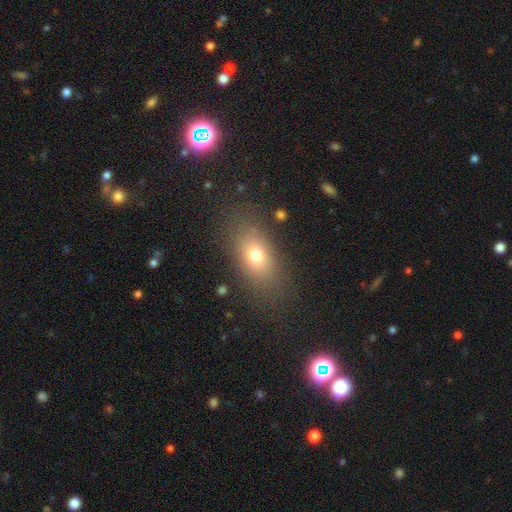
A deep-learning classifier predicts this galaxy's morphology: A smooth galaxy with no disk features (72%) that is in between round and cigar-shaped (79%).

Vote fractions:
- Smooth or featured? smooth: 72% / featured or disk: 16% / star or artifact: 13%
- How rounded? in between: 79% / round: 14% / cigar-shaped: 7%
- Merging? none: 81% / minor disturbance: 11% / major disturbance: 6% / merger: 2%